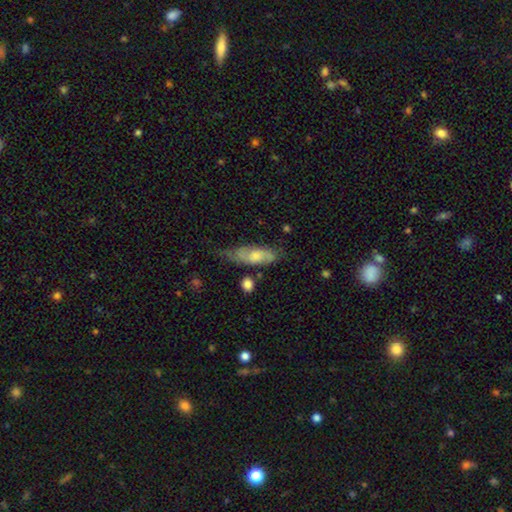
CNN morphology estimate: featured or disk 51%, smooth 41%, star or artifact 7%. Down the decision tree: edge-on disk — no (75%); merging — none (54%).